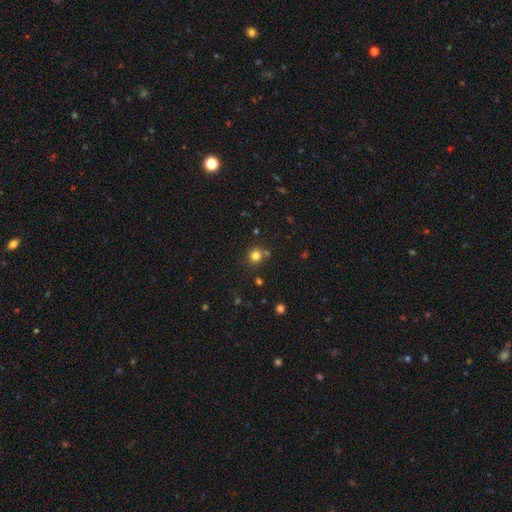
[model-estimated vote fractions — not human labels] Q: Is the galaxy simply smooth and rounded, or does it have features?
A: smooth — 79%.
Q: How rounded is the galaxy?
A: round — 89%.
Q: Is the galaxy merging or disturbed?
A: none — 76%.